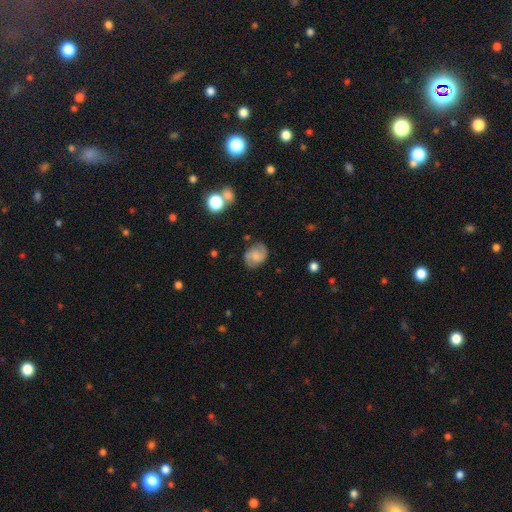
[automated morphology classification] Smooth or featured? Predicted: smooth (p=0.52). How rounded? Predicted: in between (p=0.59). Merging? Predicted: none (p=0.76).